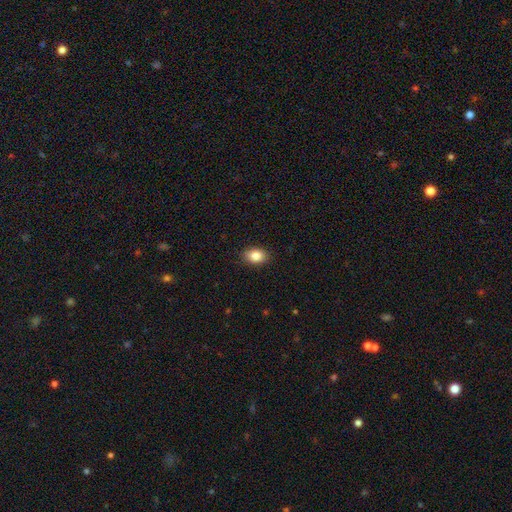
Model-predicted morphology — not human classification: A smooth galaxy with no disk features (85%) that is in between round and cigar-shaped (79%).

Vote fractions:
- Smooth or featured? smooth: 85% / star or artifact: 9% / featured or disk: 7%
- How rounded? in between: 79% / round: 20% / cigar-shaped: 1%
- Merging? none: 89% / minor disturbance: 8% / major disturbance: 2% / merger: 1%